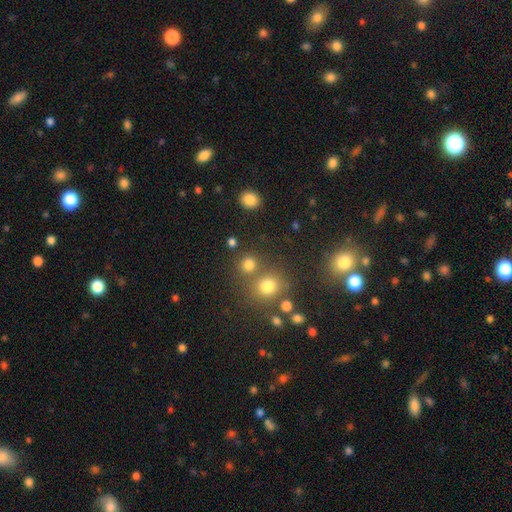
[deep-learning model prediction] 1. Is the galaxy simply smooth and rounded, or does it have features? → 52% smooth, 40% star or artifact, 8% featured or disk.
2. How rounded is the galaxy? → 89% round, 10% in between, 1% cigar-shaped.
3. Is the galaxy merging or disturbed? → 72% none, 17% merger, 7% minor disturbance, 3% major disturbance.